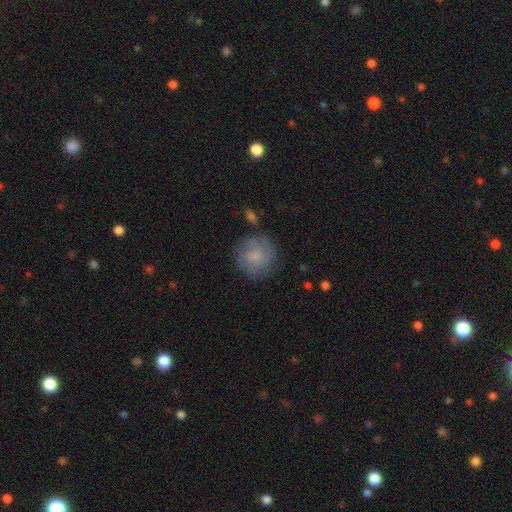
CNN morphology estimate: smooth 64%, featured or disk 28%, star or artifact 8%. Down the decision tree: how rounded — round (90%); merging — none (72%).